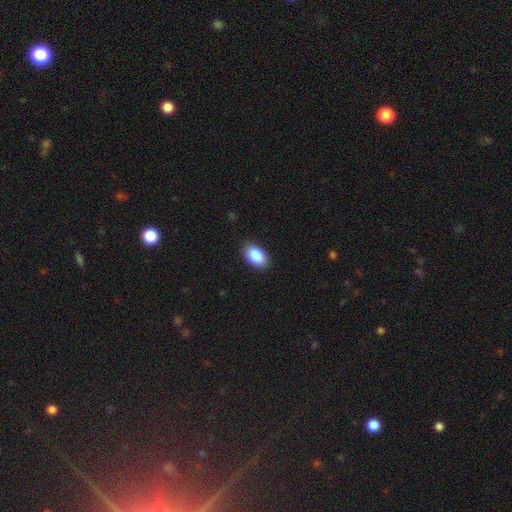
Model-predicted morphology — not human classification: Smooth or featured? Predicted: smooth (p=0.90). How rounded? Predicted: in between (p=0.94). Merging? Predicted: none (p=0.88).